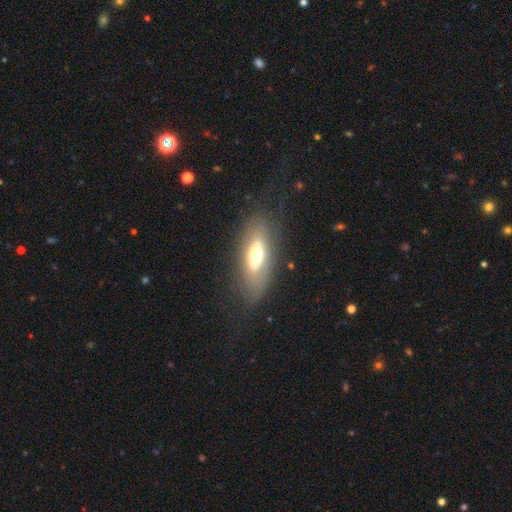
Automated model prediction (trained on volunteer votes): A smooth galaxy with no disk features (48%).

Vote fractions:
- Smooth or featured? smooth: 48% / featured or disk: 44% / star or artifact: 8%
- Merging? none: 76% / minor disturbance: 14% / major disturbance: 8% / merger: 2%